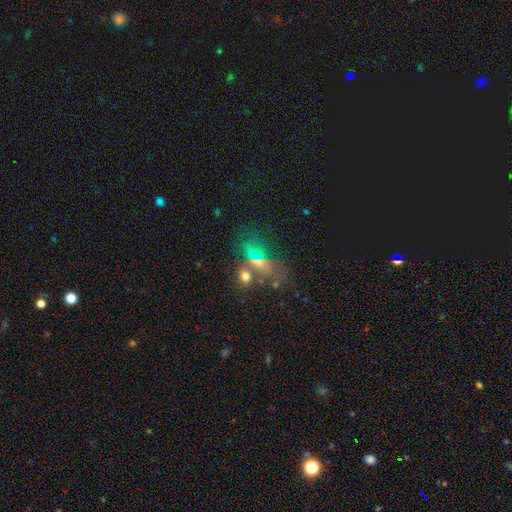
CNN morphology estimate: This appears to be a smooth galaxy with no disk features (41%). Merging: none (45%).